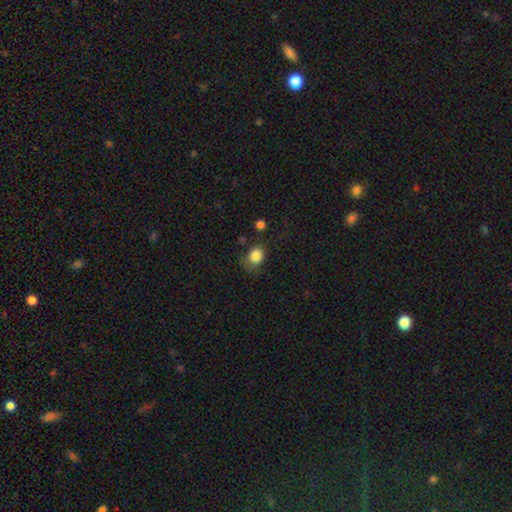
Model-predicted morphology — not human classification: smooth-or-featured: smooth: 84% | star or artifact: 10% | featured or disk: 6%
  how-rounded: round: 64% | in between: 35% | cigar-shaped: 1%
  merging: none: 55% | minor disturbance: 28% | major disturbance: 13% | merger: 4%